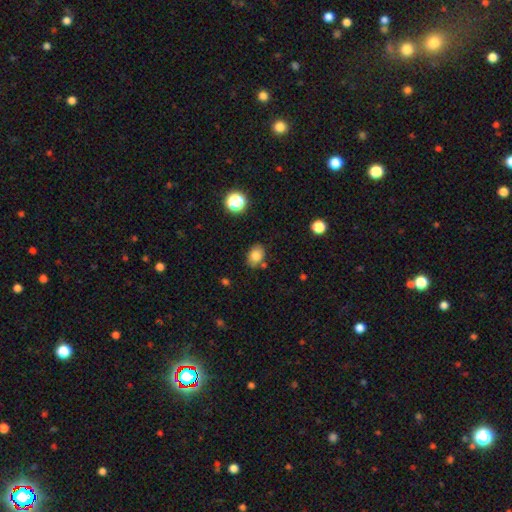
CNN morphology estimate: The model was most divided on "how rounded": in between: 72%, round: 27%, cigar-shaped: 1%. More confident: smooth or featured — smooth (81%); merging — none (75%).